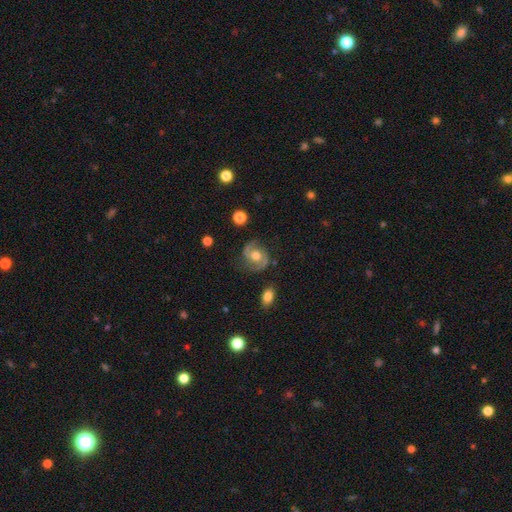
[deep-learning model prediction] A featured or disk galaxy (77%) with no bar (64%), 2 (91%) medium (55%) spiral arms (93%) and a moderate central bulge (63%). Merging: none (75%).